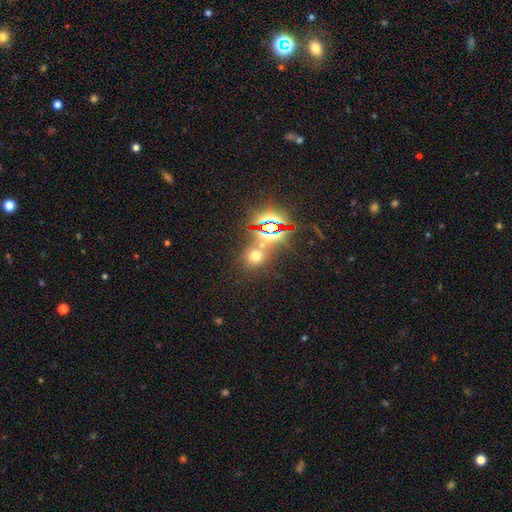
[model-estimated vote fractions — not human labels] Smooth or featured? Predicted: smooth (p=0.51). How rounded? Predicted: round (p=0.76). Merging? Predicted: none (p=0.64).